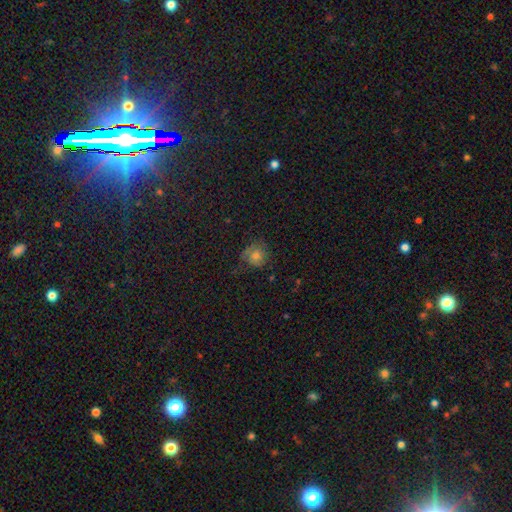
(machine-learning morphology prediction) smooth-or-featured: smooth: 53% | featured or disk: 27% | star or artifact: 19%
  how-rounded: round: 82% | in between: 17% | cigar-shaped: 1%
  merging: none: 62% | minor disturbance: 23% | major disturbance: 13% | merger: 2%